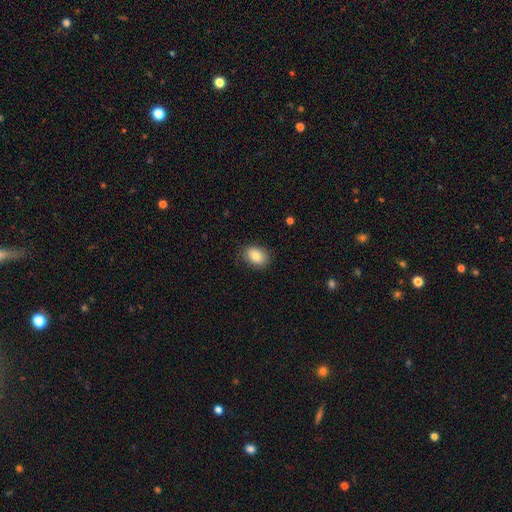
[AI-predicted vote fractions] Smooth or featured? Predicted: smooth (p=0.81). How rounded? Predicted: in between (p=0.70). Merging? Predicted: none (p=0.82).